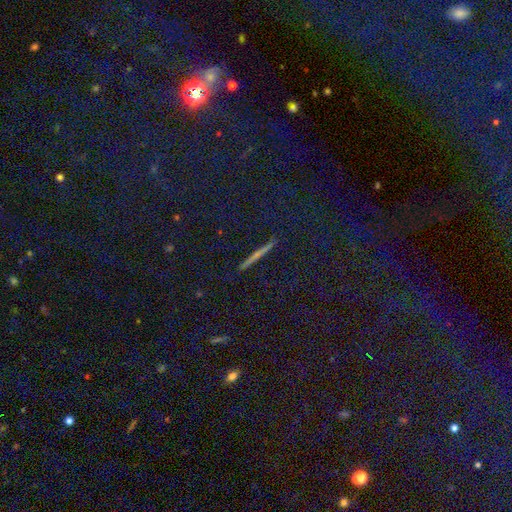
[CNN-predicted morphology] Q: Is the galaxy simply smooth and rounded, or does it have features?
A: featured or disk — 37%, tied with star or artifact.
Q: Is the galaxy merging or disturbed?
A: none — 92%.